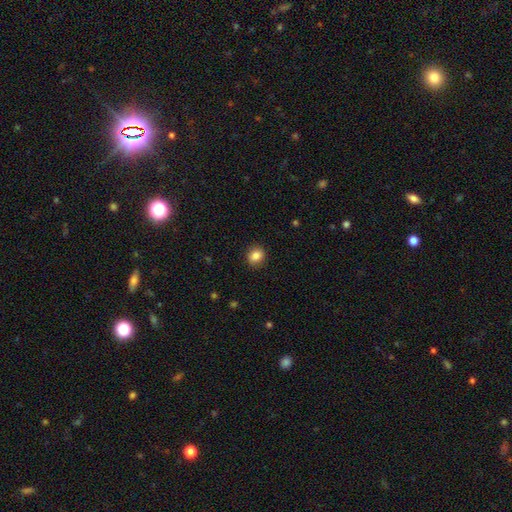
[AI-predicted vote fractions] Smooth or featured?
  - smooth: 85% *
  - star or artifact: 9%
  - featured or disk: 5%
How rounded?
  - round: 67% *
  - in between: 32%
  - cigar-shaped: 1%
Merging?
  - none: 88% *
  - minor disturbance: 9%
  - major disturbance: 2%
  - merger: 1%